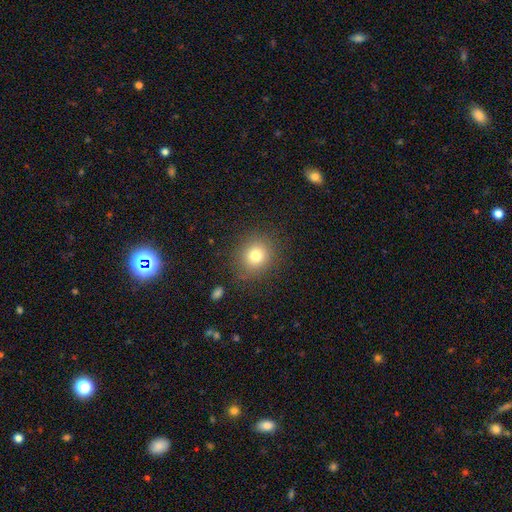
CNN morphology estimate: This appears to be a smooth galaxy with no disk features (78%) that is round (84%). Merging: none (85%).